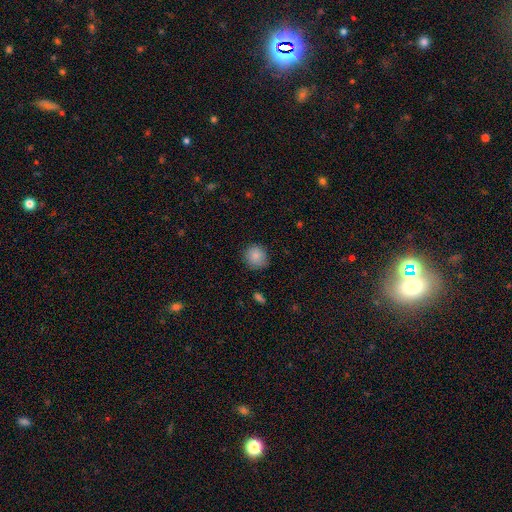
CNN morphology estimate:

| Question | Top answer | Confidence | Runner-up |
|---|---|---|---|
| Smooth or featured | smooth | 87% | star or artifact (8%) |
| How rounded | round | 89% | in between (10%) |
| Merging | none | 84% | minor disturbance (12%) |